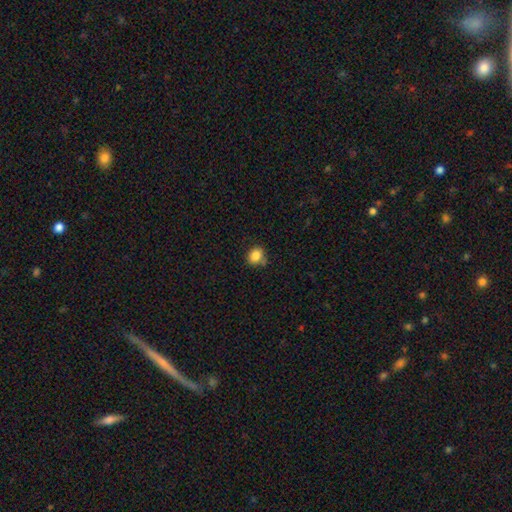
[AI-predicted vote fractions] Smooth or featured: smooth — 85% (star or artifact — 10%)
How rounded: round — 61% (in between — 38%)
Merging: none — 71% (minor disturbance — 17%)